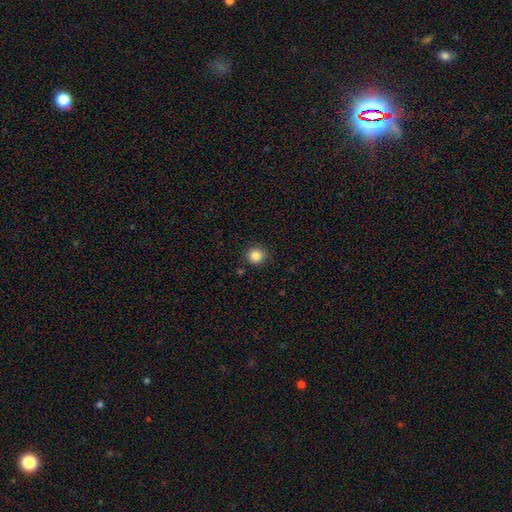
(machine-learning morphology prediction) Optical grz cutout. It shows a smooth galaxy with no disk features (85%) that is round (88%). Merging: none (88%).